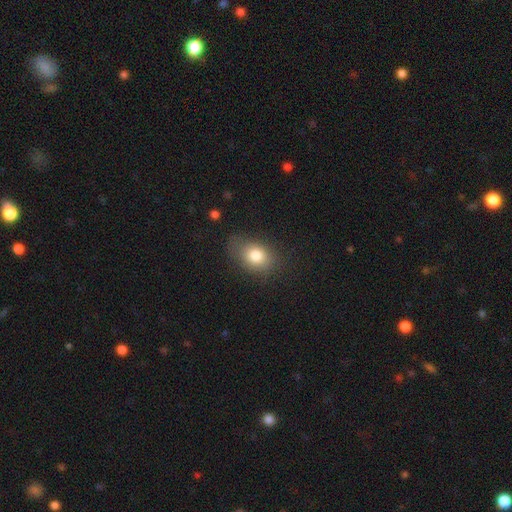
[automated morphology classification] Overall: smooth (80%). How rounded: in between (66%; round 33%). Merging: none (70%).